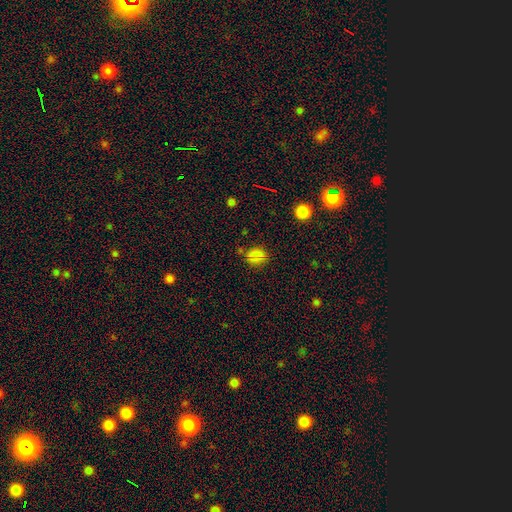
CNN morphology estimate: type=smooth (73%); roundness=round (65%); merging=none (79%).